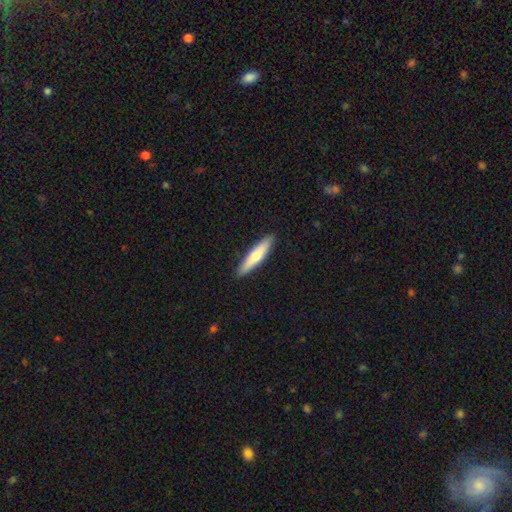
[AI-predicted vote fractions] A smooth galaxy with no disk features (66%) that is cigar-shaped (84%).

Vote fractions:
- Smooth or featured? smooth: 66% / featured or disk: 29% / star or artifact: 5%
- How rounded? cigar-shaped: 84% / in between: 15% / round: 1%
- Merging? none: 90% / minor disturbance: 7% / major disturbance: 1% / merger: 1%